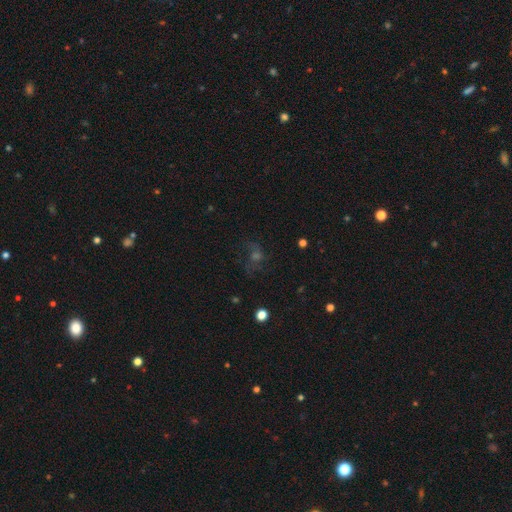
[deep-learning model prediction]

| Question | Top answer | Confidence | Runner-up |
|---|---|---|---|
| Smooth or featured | star or artifact | 38% | featured or disk (32%) |